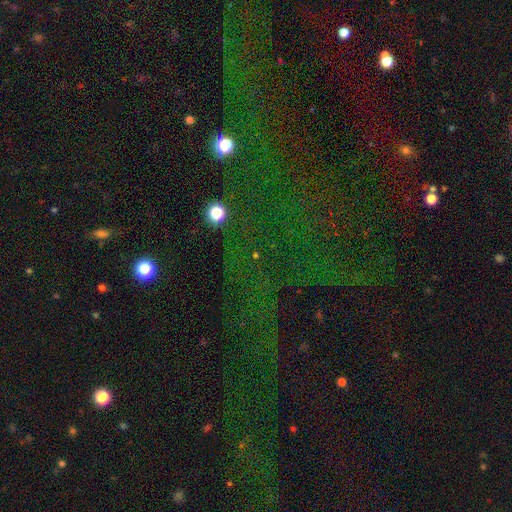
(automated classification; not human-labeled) Smooth or featured? star or artifact (66%)